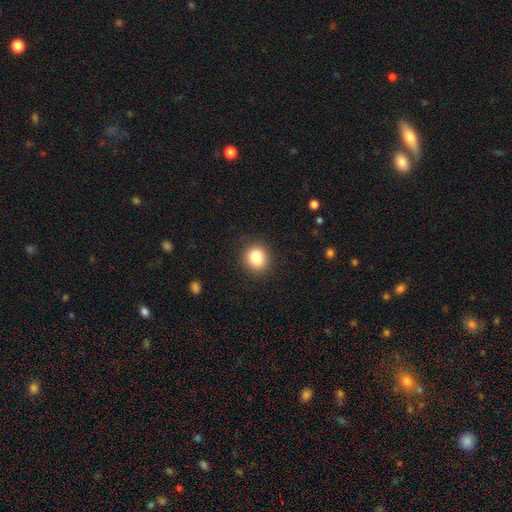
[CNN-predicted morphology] This is clearly a smooth galaxy (82%). How rounded: likely round (70%). Merging: likely none (78%).